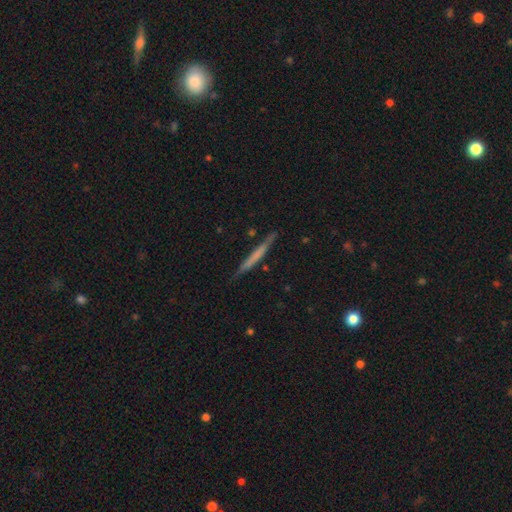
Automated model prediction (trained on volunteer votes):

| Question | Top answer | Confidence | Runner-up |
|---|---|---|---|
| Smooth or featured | smooth | 49% | featured or disk (45%) |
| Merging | none | 86% | minor disturbance (11%) |